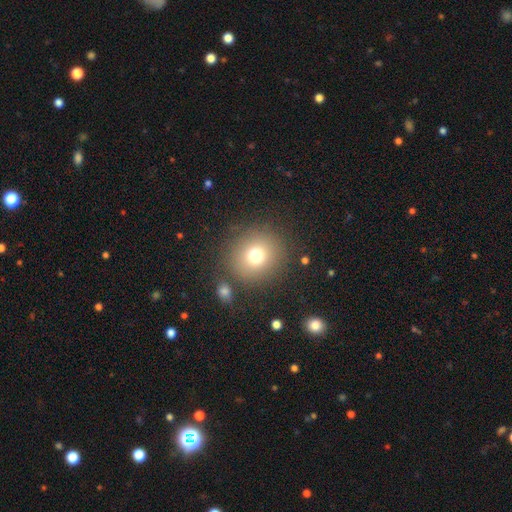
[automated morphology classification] smooth_or_featured: smooth (p=0.74) [alt: star or artifact p=0.15]
how_rounded: round (p=0.89) [alt: in between p=0.10]
merging: none (p=0.83) [alt: minor disturbance p=0.08]